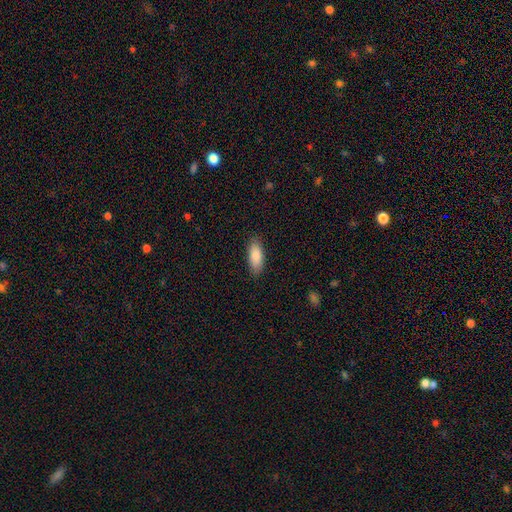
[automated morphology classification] Smooth or featured?
  - smooth: 87% *
  - featured or disk: 7%
  - star or artifact: 6%
How rounded?
  - in between: 80% *
  - cigar-shaped: 18%
  - round: 2%
Merging?
  - none: 86% *
  - minor disturbance: 11%
  - major disturbance: 2%
  - merger: 1%